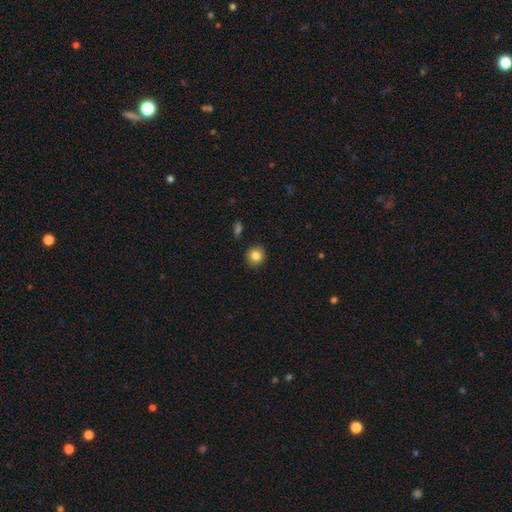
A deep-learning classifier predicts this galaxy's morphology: smooth_or_featured: smooth (p=0.83) [alt: star or artifact p=0.10]
how_rounded: round (p=0.91) [alt: in between p=0.08]
merging: none (p=0.90) [alt: minor disturbance p=0.07]